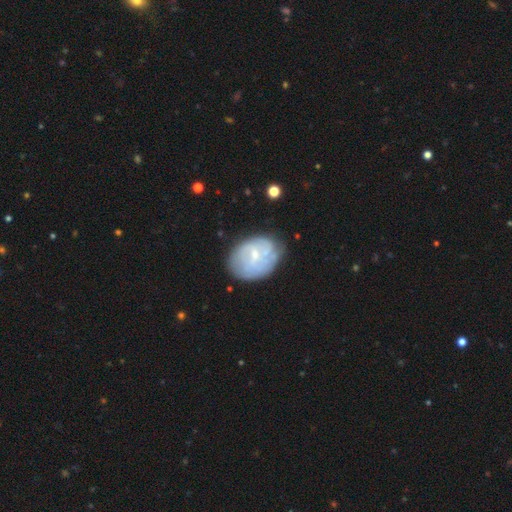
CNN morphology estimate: A featured or disk galaxy (56%) with a weak bar (46%), spiral arms (59%) and a small central bulge (68%).

Vote fractions:
- Smooth or featured? featured or disk: 56% / smooth: 37% / star or artifact: 7%
- Edge-on disk? no: 97% / yes: 3%
- Bar? weak: 46% / no: 45% / strong: 8%
- Spiral arms? yes: 59% / no: 41%
- Bulge size? small: 68% / moderate: 24% / none: 6% / large: 1% / dominant: 1%
- Merging? none: 62% / minor disturbance: 25% / major disturbance: 9% / merger: 4%